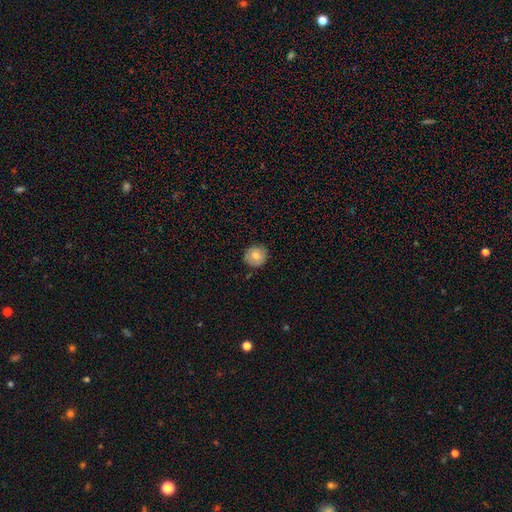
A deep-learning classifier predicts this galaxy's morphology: Q: Smooth or featured?
A: smooth (75%); runner-up: featured or disk (17%)
Q: How rounded?
A: round (89%); runner-up: in between (10%)
Q: Merging?
A: none (83%); runner-up: minor disturbance (13%)